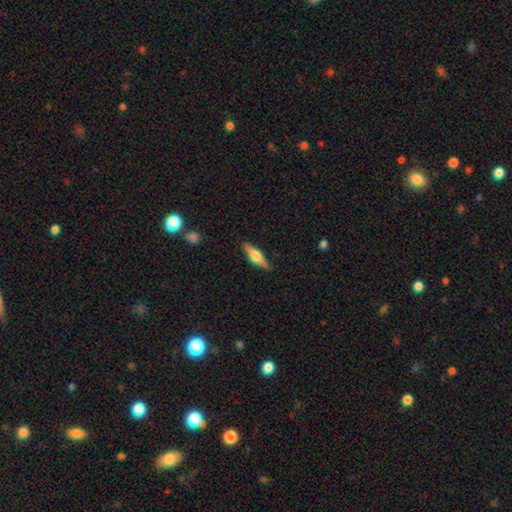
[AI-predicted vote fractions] Smooth or featured: featured or disk — 50% (smooth — 44%)
Edge-on disk: yes — 94% (no — 6%)
Merging: none — 86% (minor disturbance — 10%)